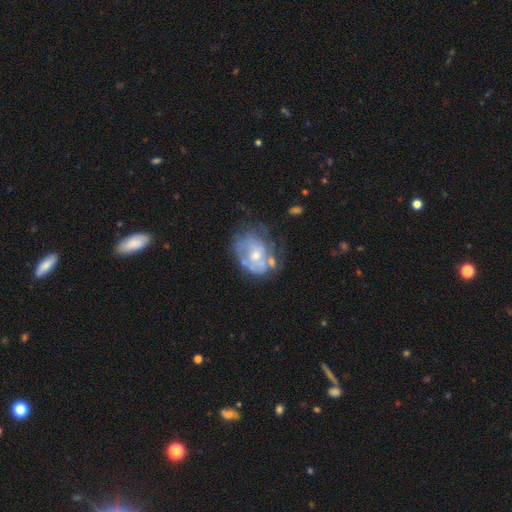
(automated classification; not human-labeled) The model was most divided on "bulge size": small: 48%, moderate: 46%, none: 3%, large: 3%, dominant: 1%. Remaining: edge-on disk — no (97%); bar — no (79%); smooth or featured — featured or disk (68%); spiral arms — no (53%); merging — none (37%).